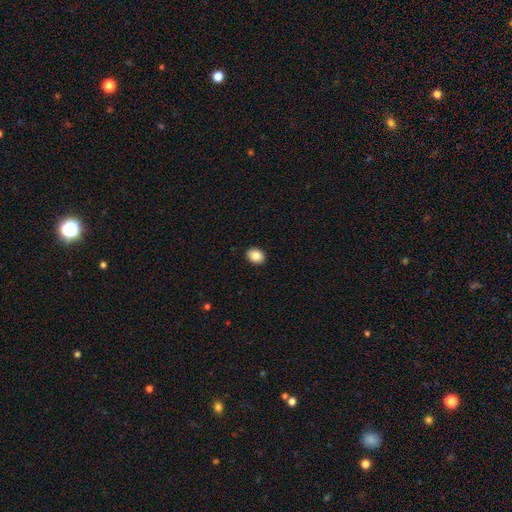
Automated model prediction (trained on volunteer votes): A smooth galaxy with no disk features (86%) that is in between round and cigar-shaped (67%).

Vote fractions:
- Smooth or featured? smooth: 86% / star or artifact: 8% / featured or disk: 6%
- How rounded? in between: 67% / round: 32% / cigar-shaped: 1%
- Merging? none: 91% / minor disturbance: 7% / major disturbance: 2% / merger: 1%